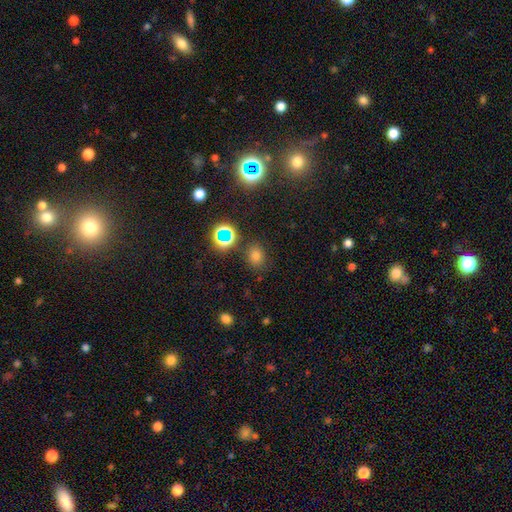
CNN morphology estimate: The model was most divided on "how rounded": round: 54%, in between: 45%, cigar-shaped: 1%. More confident: merging — none (84%); smooth or featured — smooth (66%).